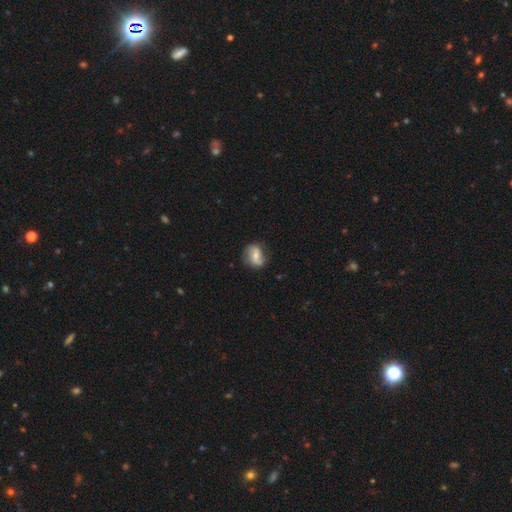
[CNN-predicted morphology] The model was most divided on "bar": weak: 40%, no: 38%, strong: 23%. More confident: edge-on disk — no (96%); spiral arms — yes (80%); merging — none (71%); smooth or featured — featured or disk (53%); bulge size — moderate (51%).